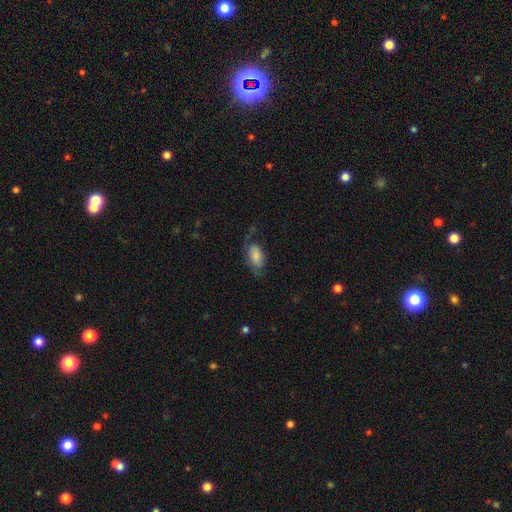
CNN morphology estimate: Q: Smooth or featured?
A: smooth (62%); runner-up: featured or disk (31%)
Q: How rounded?
A: in between (91%); runner-up: round (7%)
Q: Merging?
A: none (44%); runner-up: major disturbance (27%)